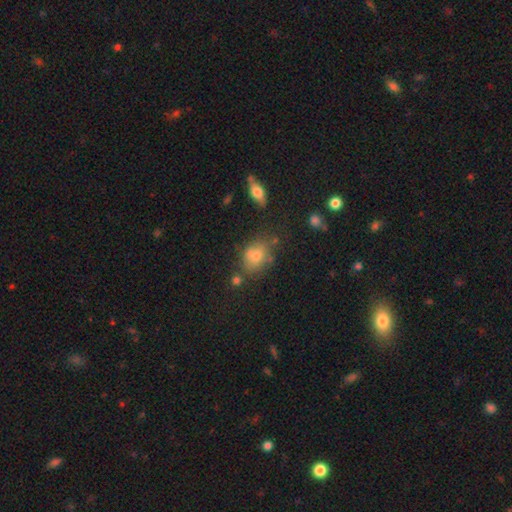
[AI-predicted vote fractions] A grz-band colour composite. It shows a smooth galaxy with no disk features (68%) that is in between round and cigar-shaped (62%). Merging: none (64%).